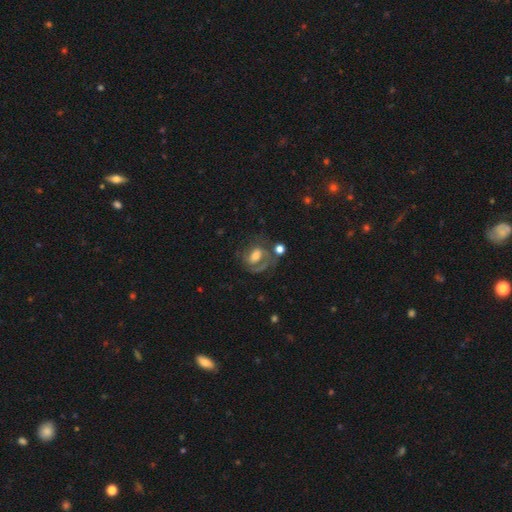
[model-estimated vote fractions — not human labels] Q: Smooth or featured?
A: featured or disk (65%); runner-up: smooth (26%)
Q: Edge-on disk?
A: no (96%); runner-up: yes (4%)
Q: Bar?
A: no (42%); runner-up: weak (41%)
Q: Spiral arms?
A: yes (80%); runner-up: no (20%)
Q: Spiral winding?
A: tight (41%); tied with: medium (41%)
Q: Spiral arm count?
A: 2 (38%); runner-up: 1 (37%)
Q: Bulge size?
A: moderate (57%); runner-up: small (26%)
Q: Merging?
A: none (45%); runner-up: major disturbance (25%)